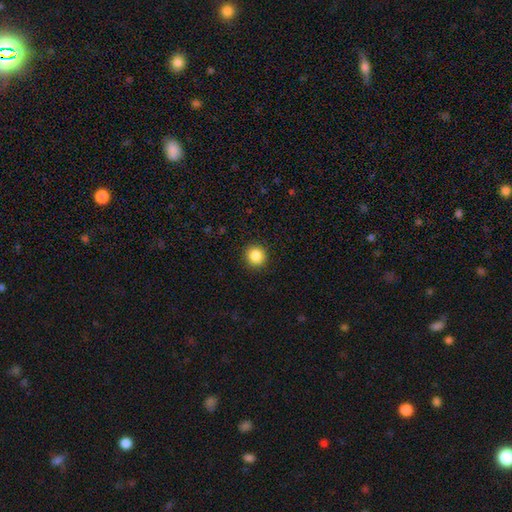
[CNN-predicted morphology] The model was most divided on "smooth or featured": smooth: 86%, star or artifact: 10%, featured or disk: 4%. More confident: merging — none (92%); how rounded — round (91%).